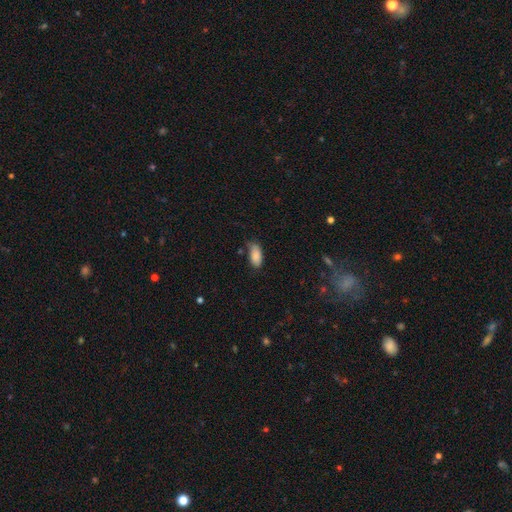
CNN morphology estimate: Overall: smooth (86%). How rounded: in between (91%). Merging: none (65%; minor disturbance 27%).